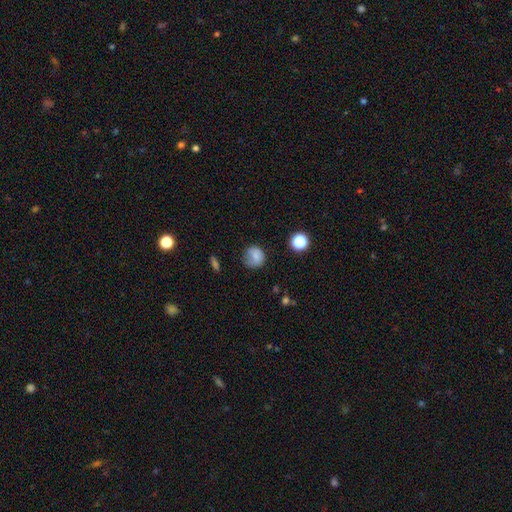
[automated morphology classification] type=smooth (77%); roundness=round (78%); merging=none (61%).